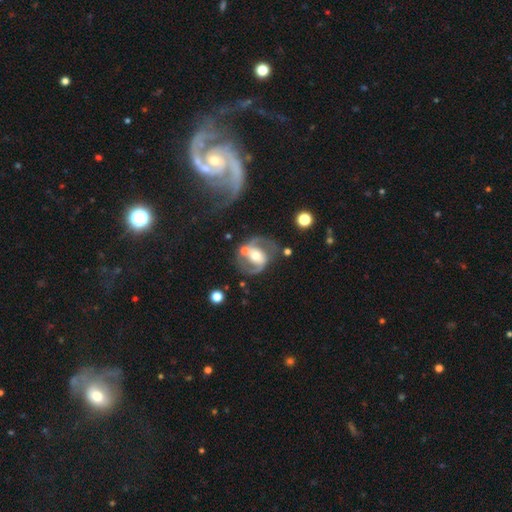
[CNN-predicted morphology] Overall: featured or disk (79%). Edge-on disk: no (97%). Bar: no (38%; weak 33%). Spiral arms: yes (86%). Spiral arm count: 2 (87%). Spiral winding: medium (54%; loose 23%). Bulge size: moderate (63%). Merging: none (60%).